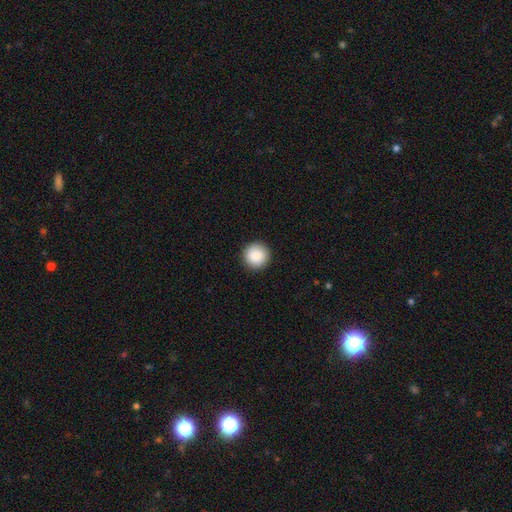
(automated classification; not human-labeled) Morphology: type=smooth (88%); roundness=round (96%); merging=none (93%).